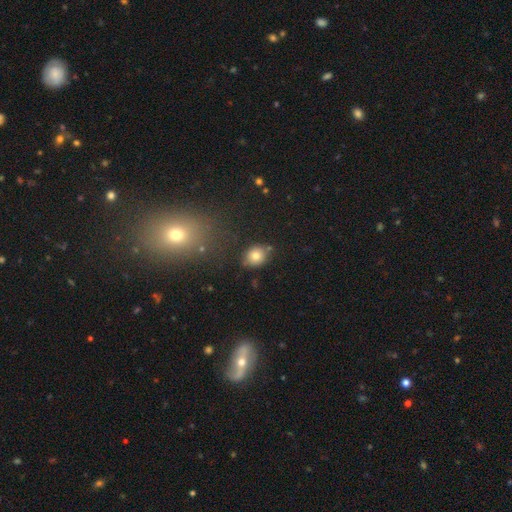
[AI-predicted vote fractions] This is likely a smooth galaxy (78%). How rounded: likely round (61%). Merging: likely none (76%).